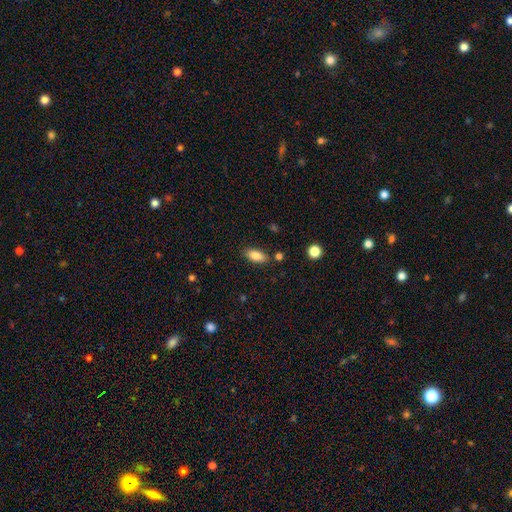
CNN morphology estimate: Smooth or featured?
  - smooth: 84% *
  - featured or disk: 8%
  - star or artifact: 8%
How rounded?
  - in between: 88% *
  - cigar-shaped: 9%
  - round: 3%
Merging?
  - none: 84% *
  - minor disturbance: 11%
  - merger: 3%
  - major disturbance: 2%